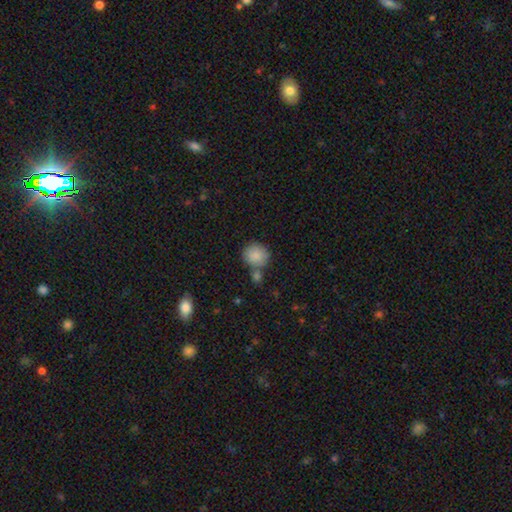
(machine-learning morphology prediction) The model was most divided on "merging": none: 61%, merger: 22%, minor disturbance: 12%, major disturbance: 4%. More confident: smooth or featured — smooth (88%); how rounded — round (85%).